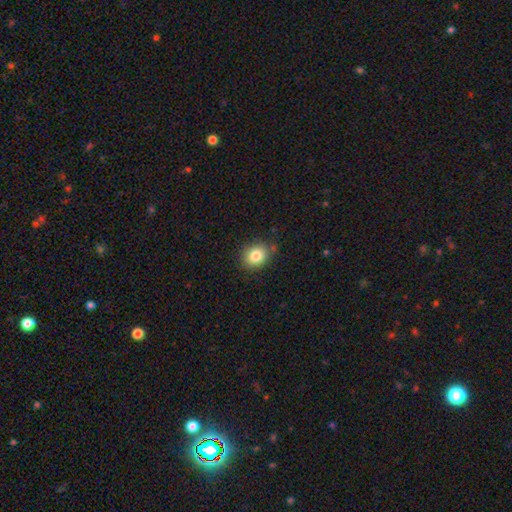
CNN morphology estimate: This appears to be a smooth galaxy with no disk features (83%) that is round (60%). Merging: none (81%).